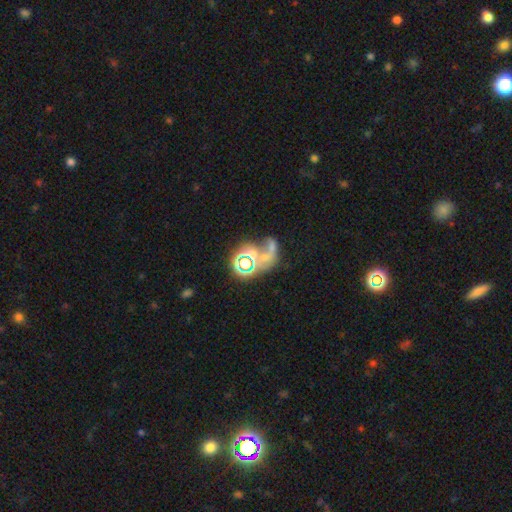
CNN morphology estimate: Smooth or featured? star or artifact (41%)